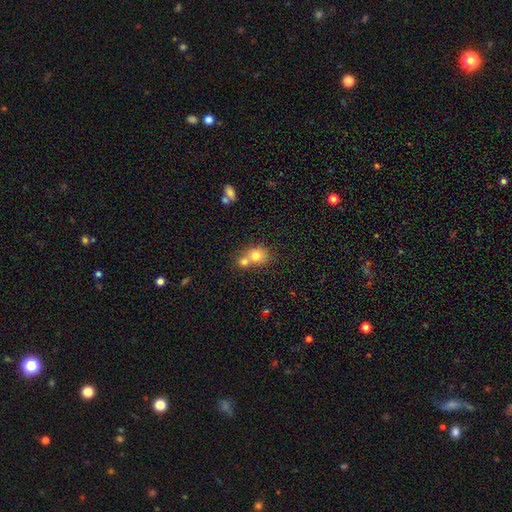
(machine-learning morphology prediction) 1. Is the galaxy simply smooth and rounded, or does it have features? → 76% smooth, 13% featured or disk, 11% star or artifact.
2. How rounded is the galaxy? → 74% round, 25% in between, 1% cigar-shaped.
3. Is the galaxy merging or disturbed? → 53% merger, 37% none, 7% minor disturbance, 3% major disturbance.